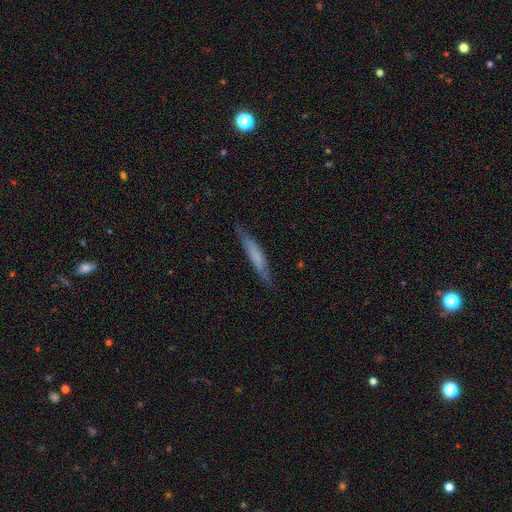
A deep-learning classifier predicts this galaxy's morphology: A smooth galaxy with no disk features (57%) that is cigar-shaped (93%). Merging: none (81%).